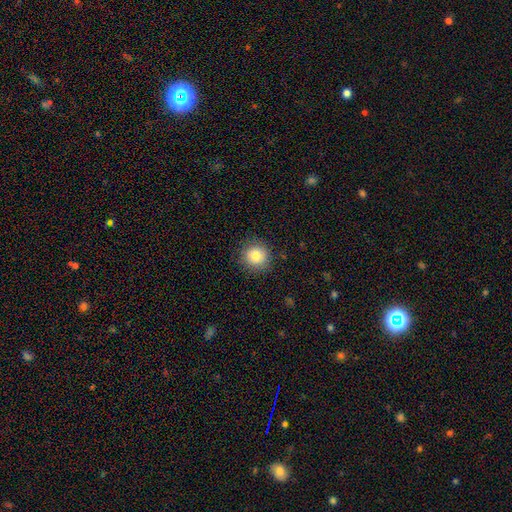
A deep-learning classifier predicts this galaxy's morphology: Smooth or featured: smooth — 82% (star or artifact — 10%)
How rounded: round — 92% (in between — 7%)
Merging: none — 88% (minor disturbance — 8%)